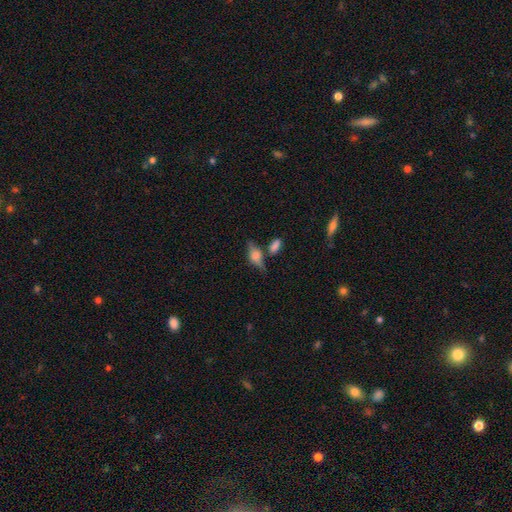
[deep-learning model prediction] A smooth galaxy with no disk features (46%).

Vote fractions:
- Smooth or featured? smooth: 46% / featured or disk: 45% / star or artifact: 9%
- Merging? none: 59% / minor disturbance: 20% / merger: 13% / major disturbance: 8%